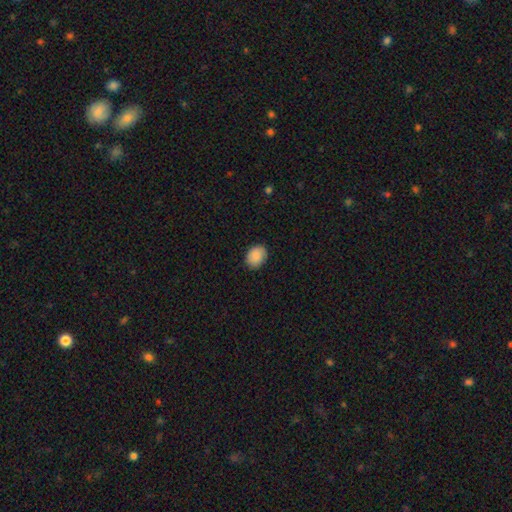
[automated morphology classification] smooth-or-featured: smooth: 89% | star or artifact: 7% | featured or disk: 4%
  how-rounded: in between: 61% | round: 38% | cigar-shaped: 1%
  merging: none: 87% | minor disturbance: 10% | major disturbance: 2% | merger: 1%